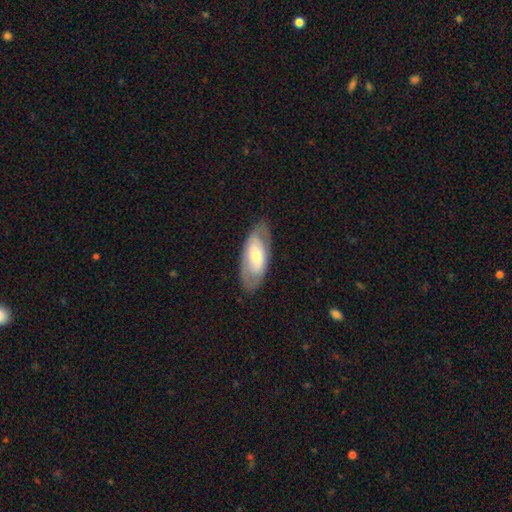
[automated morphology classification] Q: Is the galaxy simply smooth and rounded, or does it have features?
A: smooth — 48%.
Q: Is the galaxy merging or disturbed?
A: none — 76%.